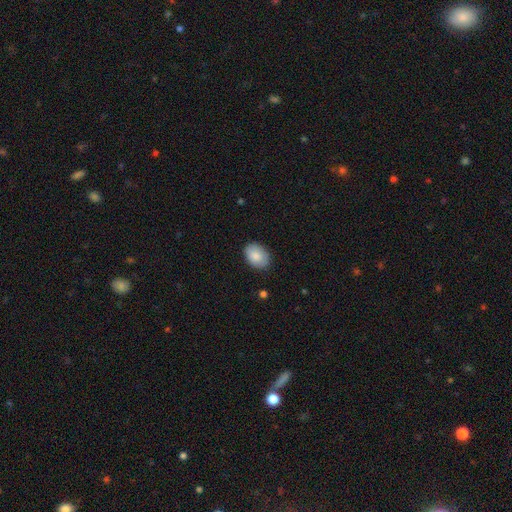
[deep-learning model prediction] Morphology: type=smooth (87%); roundness=in between (80%); merging=none (84%).